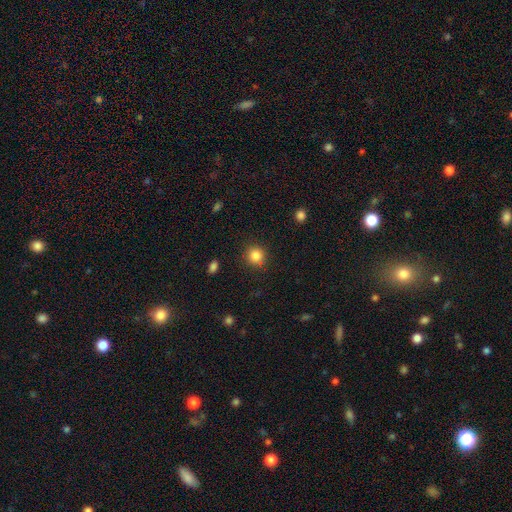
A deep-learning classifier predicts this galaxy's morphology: A smooth galaxy with no disk features (85%) that is round (92%).

Vote fractions:
- Smooth or featured? smooth: 85% / star or artifact: 11% / featured or disk: 4%
- How rounded? round: 92% / in between: 7% / cigar-shaped: 1%
- Merging? none: 88% / minor disturbance: 8% / major disturbance: 3% / merger: 2%